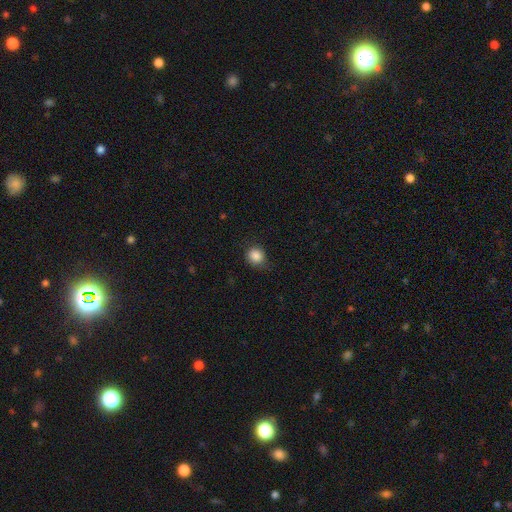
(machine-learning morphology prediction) The model was most divided on "merging": none: 75%, minor disturbance: 19%, major disturbance: 4%, merger: 1%. More confident: smooth or featured — smooth (87%); how rounded — round (80%).